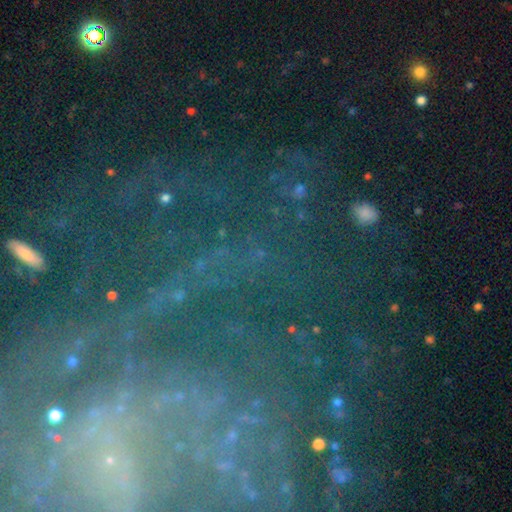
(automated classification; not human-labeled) Smooth or featured? star or artifact (60%)